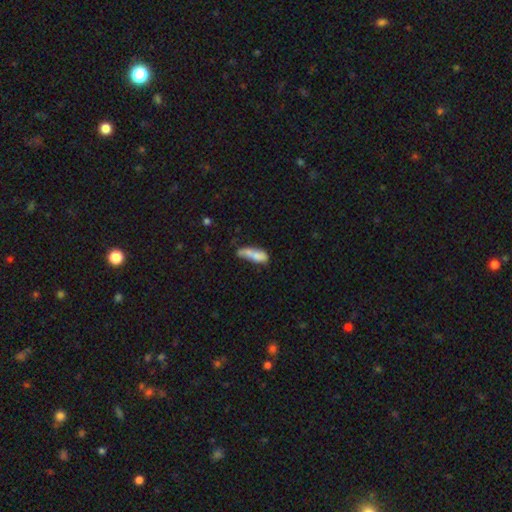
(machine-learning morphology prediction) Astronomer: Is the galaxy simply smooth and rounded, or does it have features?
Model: smooth — 74%.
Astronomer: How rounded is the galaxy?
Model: in between — 55% (runner-up: cigar-shaped, 42%).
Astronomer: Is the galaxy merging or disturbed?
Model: none — 36% (runner-up: minor disturbance, 28%).